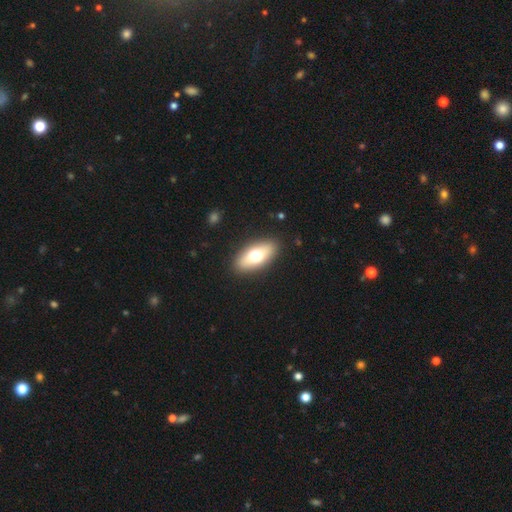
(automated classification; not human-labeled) smooth-or-featured: smooth: 64% | featured or disk: 29% | star or artifact: 7%
  how-rounded: in between: 83% | cigar-shaped: 13% | round: 5%
  merging: none: 89% | minor disturbance: 8% | major disturbance: 2% | merger: 1%